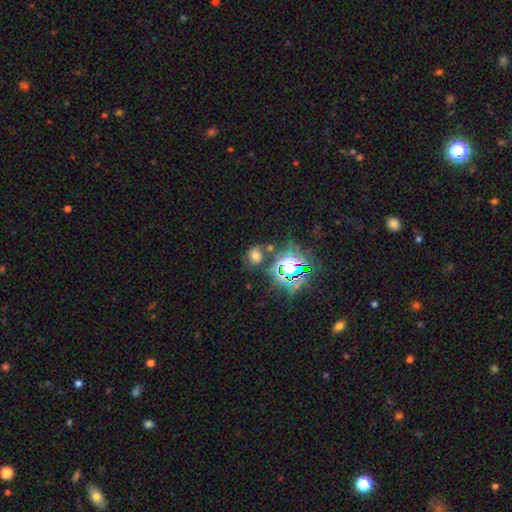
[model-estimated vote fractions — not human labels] smooth-or-featured: smooth: 55% | star or artifact: 35% | featured or disk: 11%
  how-rounded: round: 63% | in between: 35% | cigar-shaped: 1%
  merging: none: 67% | minor disturbance: 15% | merger: 11% | major disturbance: 7%